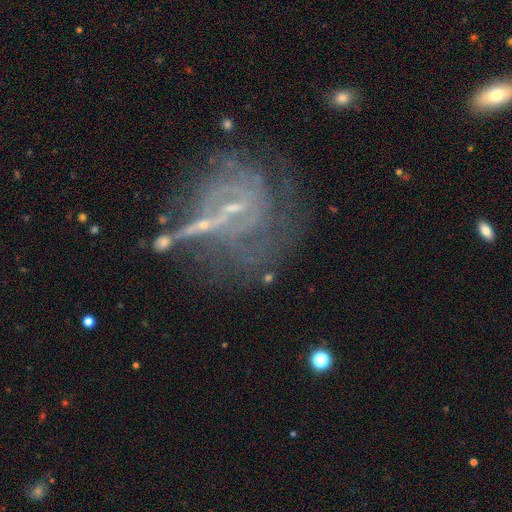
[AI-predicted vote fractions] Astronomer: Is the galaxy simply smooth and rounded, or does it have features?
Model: featured or disk — 77%.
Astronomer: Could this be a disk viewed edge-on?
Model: no — 95%.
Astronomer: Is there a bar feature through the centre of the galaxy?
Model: weak — 43% (runner-up: strong, 30%).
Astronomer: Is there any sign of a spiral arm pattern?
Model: yes — 73%.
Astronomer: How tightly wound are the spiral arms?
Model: tight — 50% (runner-up: medium, 33%).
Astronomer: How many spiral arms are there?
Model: can't tell — 50%.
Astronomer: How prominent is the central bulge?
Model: small — 68%.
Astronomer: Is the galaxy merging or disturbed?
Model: none — 40% (runner-up: major disturbance, 27%).